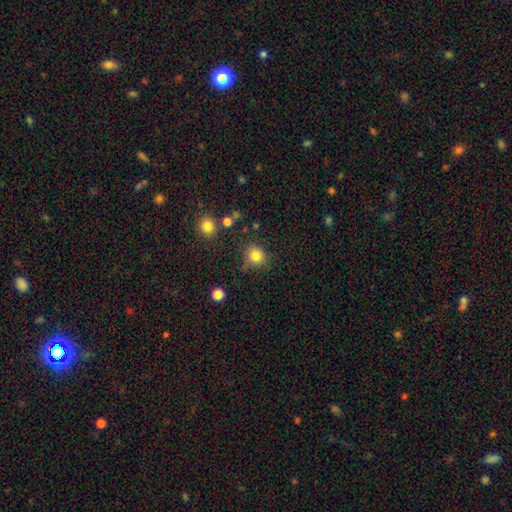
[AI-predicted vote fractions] smooth_or_featured: smooth (p=0.83) [alt: star or artifact p=0.12]
how_rounded: round (p=0.84) [alt: in between p=0.16]
merging: none (p=0.77) [alt: minor disturbance p=0.15]